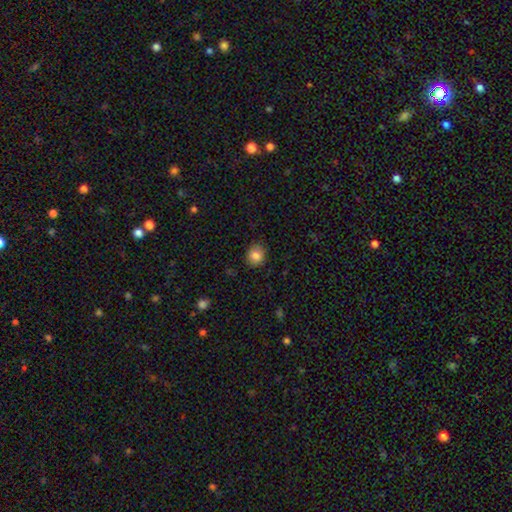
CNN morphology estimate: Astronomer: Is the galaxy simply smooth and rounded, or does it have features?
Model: smooth — 84%.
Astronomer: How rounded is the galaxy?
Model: round — 68%.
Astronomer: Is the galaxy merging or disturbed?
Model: none — 88%.